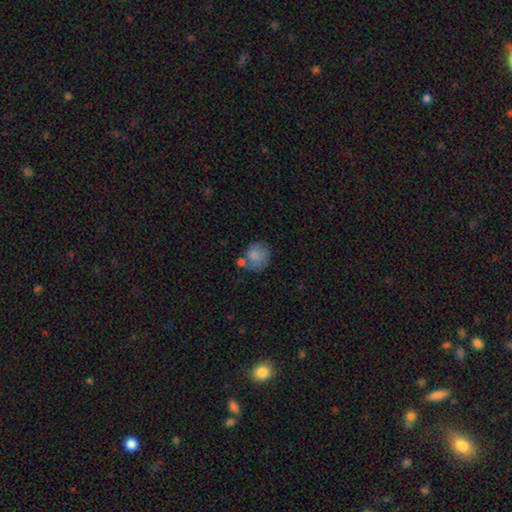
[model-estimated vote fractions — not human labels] Smooth or featured? Predicted: smooth (p=0.77). How rounded? Predicted: round (p=0.76). Merging? Predicted: none (p=0.50).